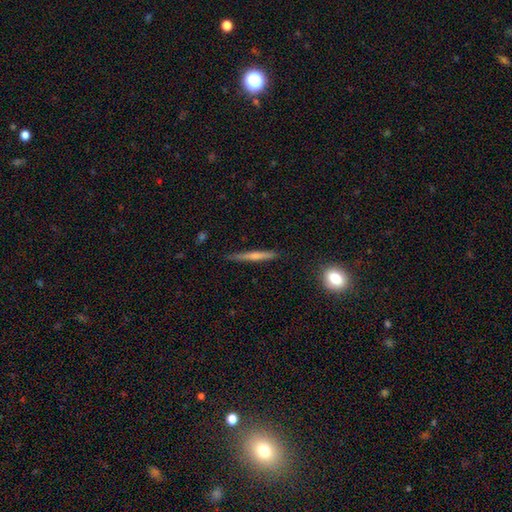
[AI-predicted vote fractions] Smooth or featured? featured or disk (48%)
Merging? none (85%)